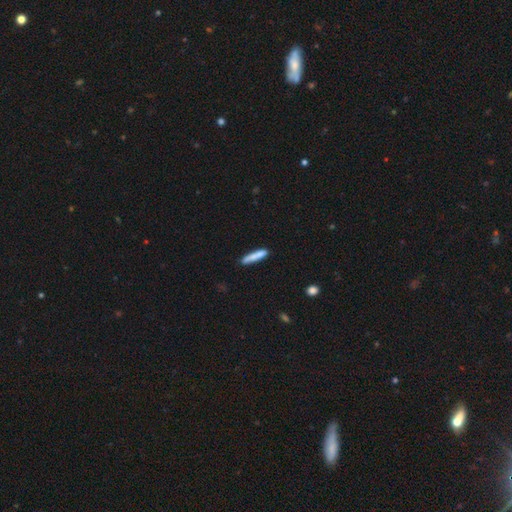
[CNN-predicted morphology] Overall: smooth (81%). How rounded: cigar-shaped (90%). Merging: none (83%).